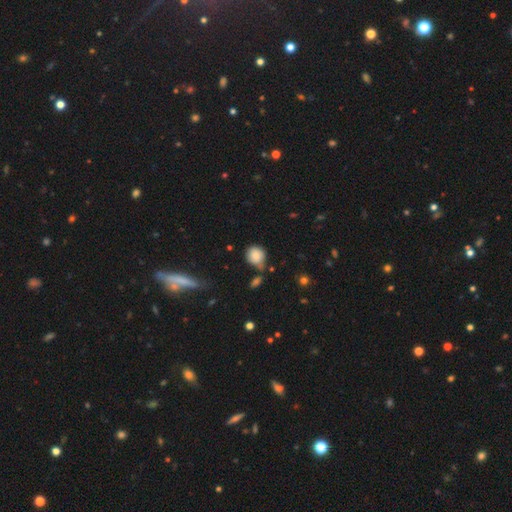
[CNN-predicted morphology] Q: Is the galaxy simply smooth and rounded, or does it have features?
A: smooth — 82%.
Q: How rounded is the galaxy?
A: round — 80%.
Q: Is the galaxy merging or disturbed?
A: none — 54%.